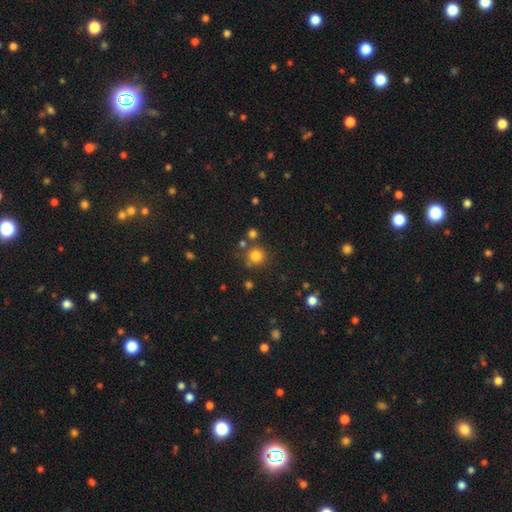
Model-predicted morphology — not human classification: Smooth or featured? smooth (81%)
How rounded? round (91%)
Merging? none (75%)